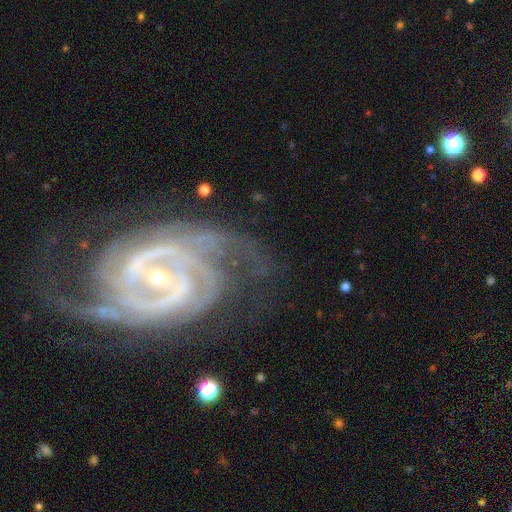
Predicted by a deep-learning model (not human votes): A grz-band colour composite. It shows a featured or disk galaxy (91%) with a weak bar (37%), 2 (38%) tight (63%) spiral arms (98%) and a small central bulge (71%). Merging: none (61%).